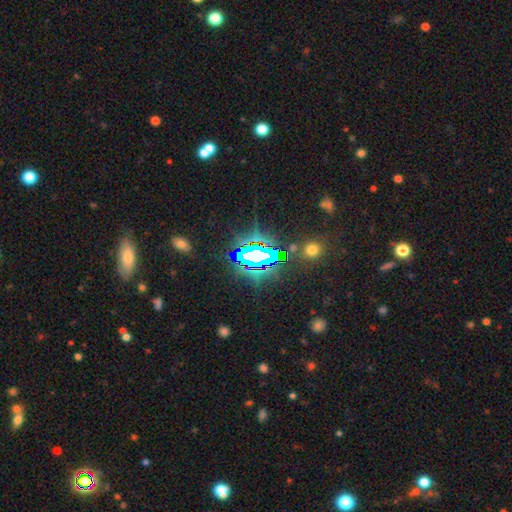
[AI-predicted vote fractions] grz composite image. It shows a star or artifact, not a galaxy (72%).